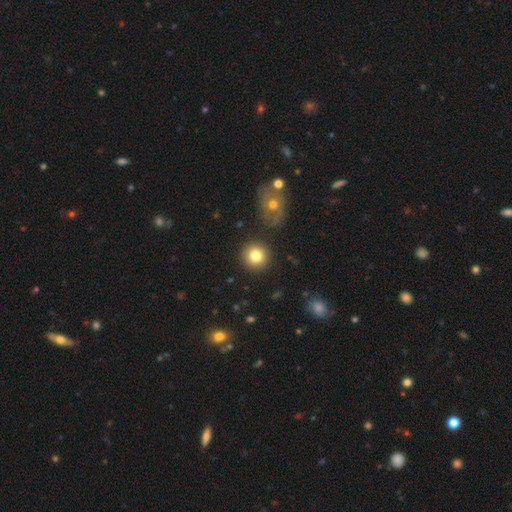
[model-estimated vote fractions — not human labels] Smooth or featured: smooth — 81% (star or artifact — 10%)
How rounded: round — 92% (in between — 7%)
Merging: none — 88% (minor disturbance — 7%)